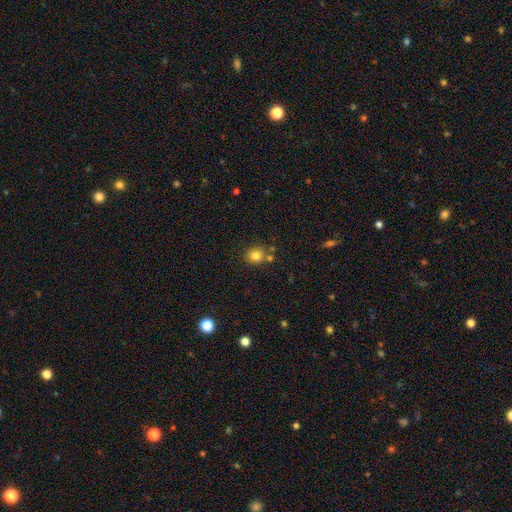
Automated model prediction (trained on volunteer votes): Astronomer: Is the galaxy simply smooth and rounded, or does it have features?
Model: smooth — 82%.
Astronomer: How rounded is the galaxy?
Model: round — 83%.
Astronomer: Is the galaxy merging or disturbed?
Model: none — 74%.